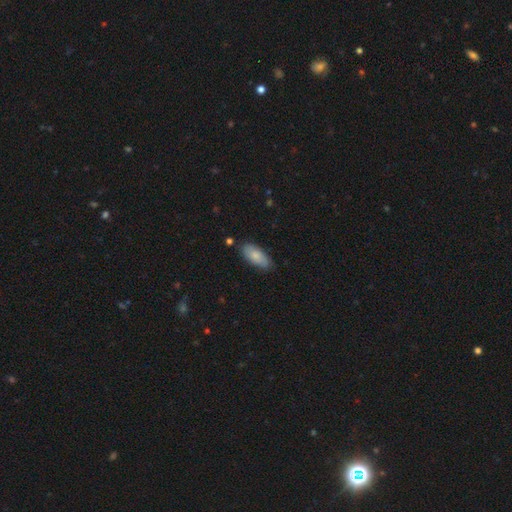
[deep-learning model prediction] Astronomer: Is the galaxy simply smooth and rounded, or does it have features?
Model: smooth — 81%.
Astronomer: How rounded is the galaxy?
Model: in between — 88%.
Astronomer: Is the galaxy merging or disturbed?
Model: none — 77%.